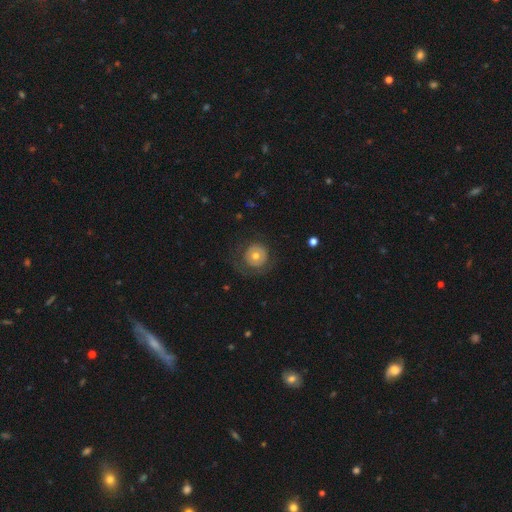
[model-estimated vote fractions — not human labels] Smooth or featured? Predicted: smooth (p=0.58). How rounded? Predicted: round (p=0.93). Merging? Predicted: none (p=0.69).